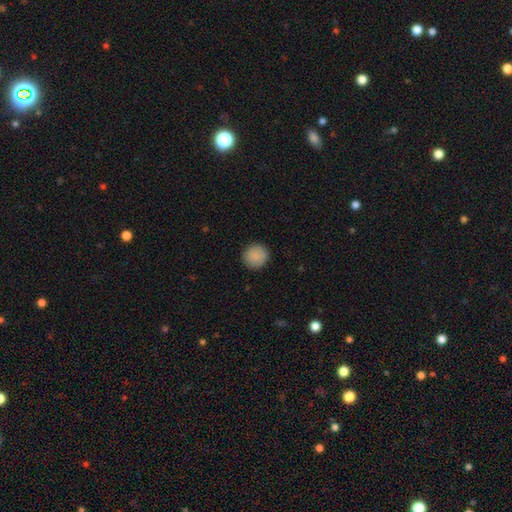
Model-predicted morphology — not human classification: This appears to be a smooth galaxy with no disk features (89%) that is round (94%). Merging: none (91%).